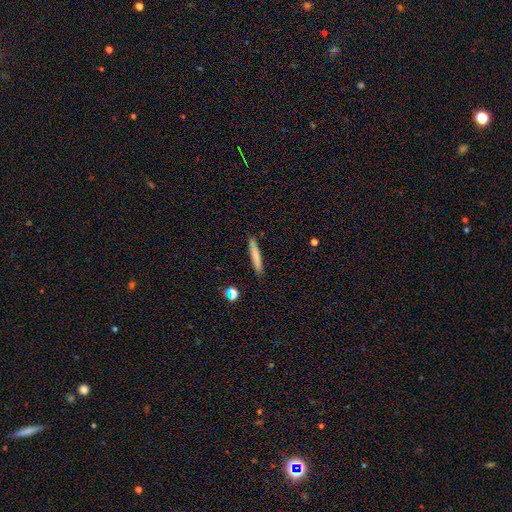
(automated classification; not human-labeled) This is likely a smooth galaxy (75%). How rounded: clearly cigar-shaped (93%). Merging: clearly none (84%).